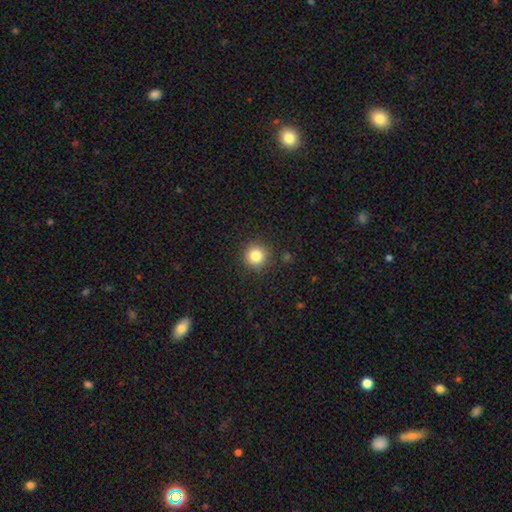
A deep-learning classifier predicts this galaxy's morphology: smooth-or-featured: smooth: 83% | star or artifact: 11% | featured or disk: 6%
  how-rounded: round: 94% | in between: 5% | cigar-shaped: 1%
  merging: none: 90% | minor disturbance: 6% | major disturbance: 2% | merger: 1%